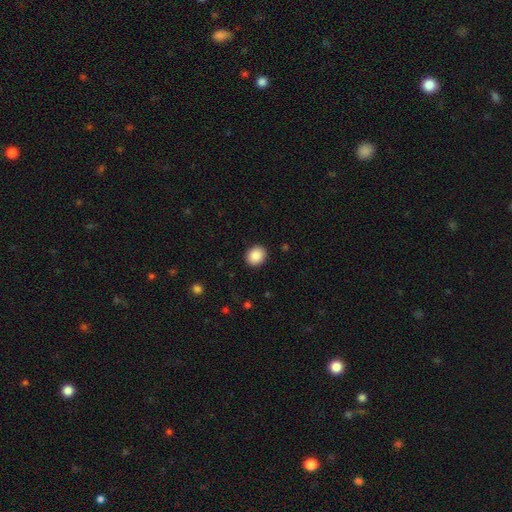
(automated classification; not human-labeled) A smooth galaxy with no disk features (88%) that is round (66%). Merging: none (91%).